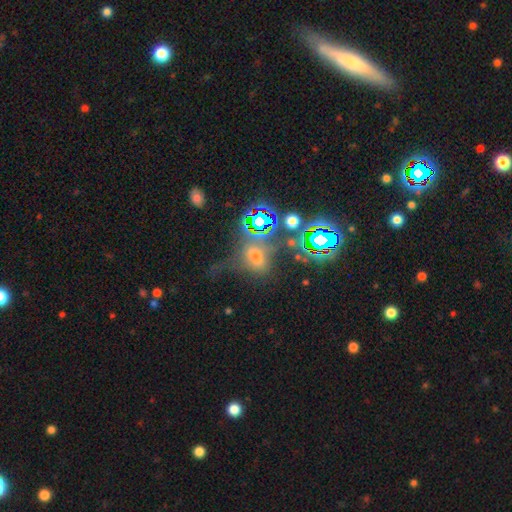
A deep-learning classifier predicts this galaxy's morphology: type=star or artifact (42%).